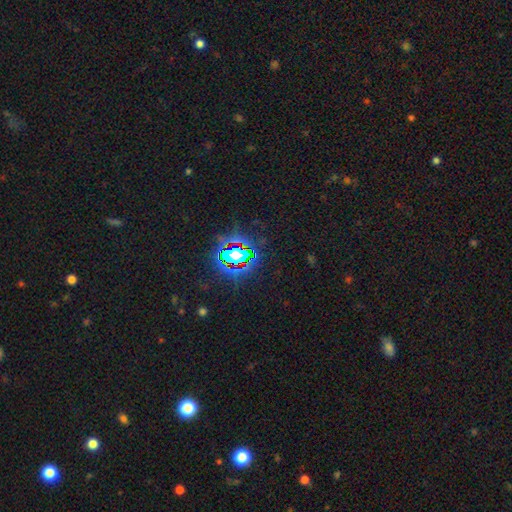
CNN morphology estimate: Overall: star or artifact (80%).